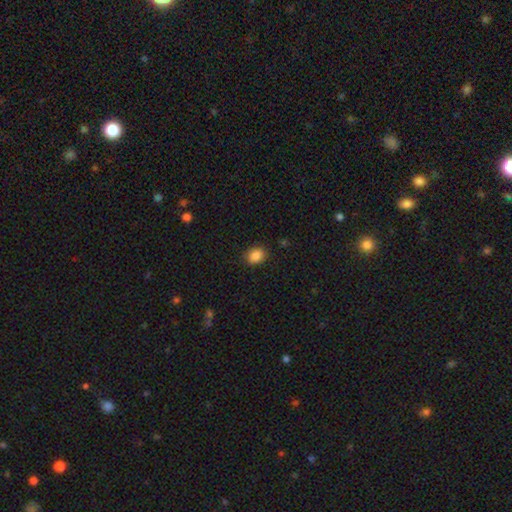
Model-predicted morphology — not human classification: A smooth galaxy with no disk features (86%) that is in between round and cigar-shaped (54%).

Vote fractions:
- Smooth or featured? smooth: 86% / star or artifact: 10% / featured or disk: 4%
- How rounded? in between: 54% / round: 45% / cigar-shaped: 1%
- Merging? none: 87% / minor disturbance: 10% / major disturbance: 2% / merger: 1%